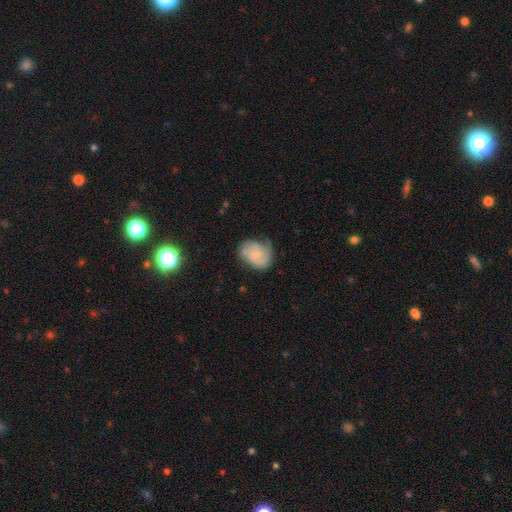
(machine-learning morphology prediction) A featured or disk galaxy (62%) with no bar (75%), 2 (39%) tight (44%) spiral arms (88%) and a small central bulge (64%).

Vote fractions:
- Smooth or featured? featured or disk: 62% / smooth: 31% / star or artifact: 7%
- Edge-on disk? no: 98% / yes: 2%
- Bar? no: 75% / weak: 22% / strong: 3%
- Spiral arms? yes: 88% / no: 12%
- Spiral winding? tight: 44% / medium: 39% / loose: 17%
- Spiral arm count? 2: 39% / can't tell: 28% / 3: 19% / 1: 8% / 4: 4% / more than 4: 3%
- Bulge size? small: 64% / moderate: 24% / none: 9% / large: 2% / dominant: 1%
- Merging? none: 55% / minor disturbance: 29% / major disturbance: 14% / merger: 2%